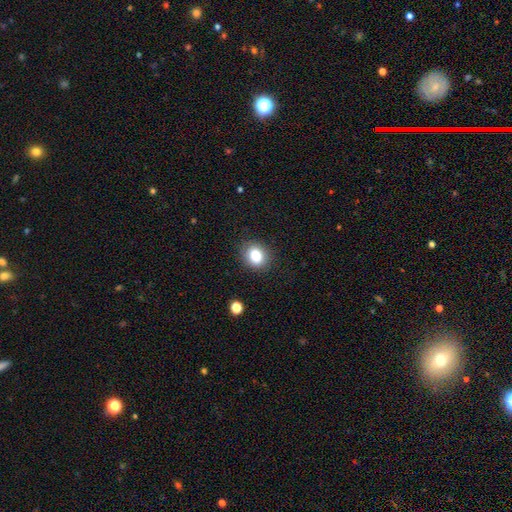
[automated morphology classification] This is clearly a smooth galaxy (83%). How rounded: possibly round (57%). Merging: clearly none (87%).